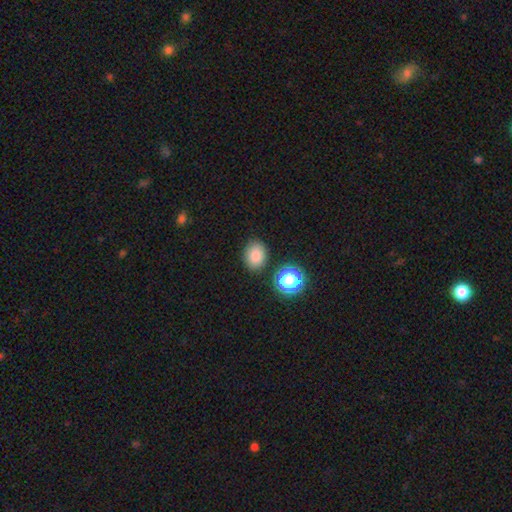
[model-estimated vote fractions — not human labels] Smooth or featured?
  - smooth: 82% *
  - star or artifact: 12%
  - featured or disk: 6%
How rounded?
  - in between: 53% *
  - round: 46%
  - cigar-shaped: 1%
Merging?
  - none: 83% *
  - minor disturbance: 10%
  - merger: 4%
  - major disturbance: 3%